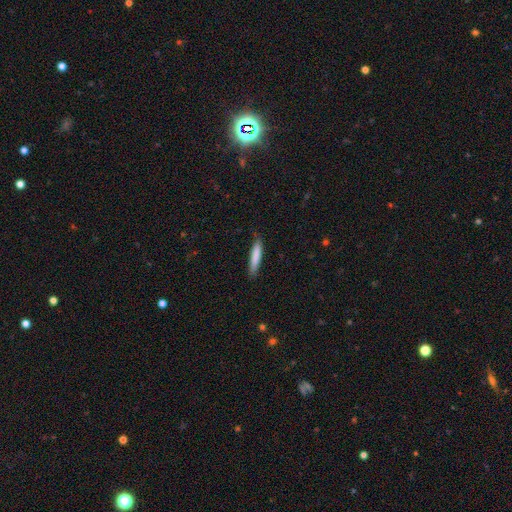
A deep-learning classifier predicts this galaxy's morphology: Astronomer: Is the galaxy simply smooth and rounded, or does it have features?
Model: smooth — 82%.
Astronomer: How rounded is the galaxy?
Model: cigar-shaped — 90%.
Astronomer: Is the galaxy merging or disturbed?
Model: none — 83%.